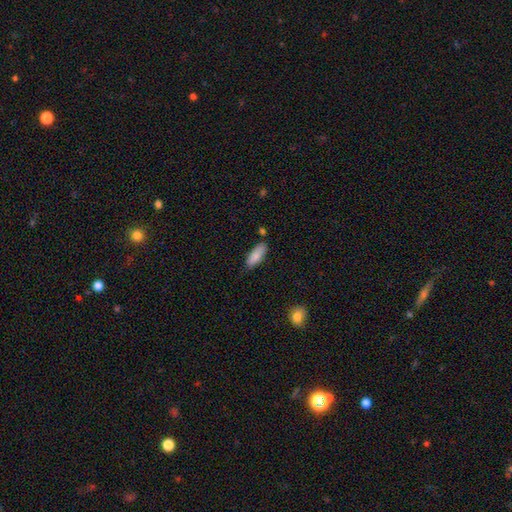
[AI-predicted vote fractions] Morphology: type=smooth (86%); roundness=in between (71%); merging=none (75%).